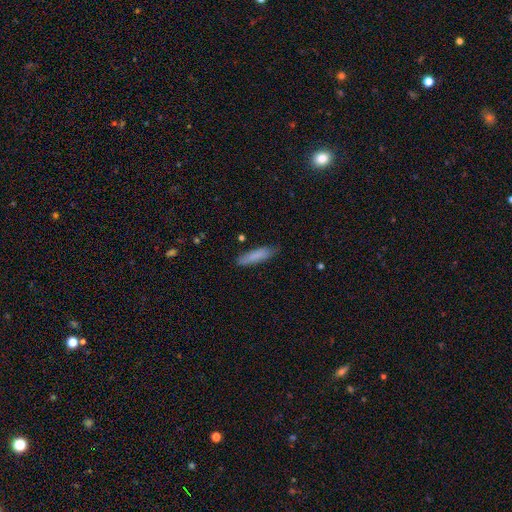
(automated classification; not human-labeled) This appears to be a smooth galaxy with no disk features (82%) that is cigar-shaped (75%). Merging: none (81%).